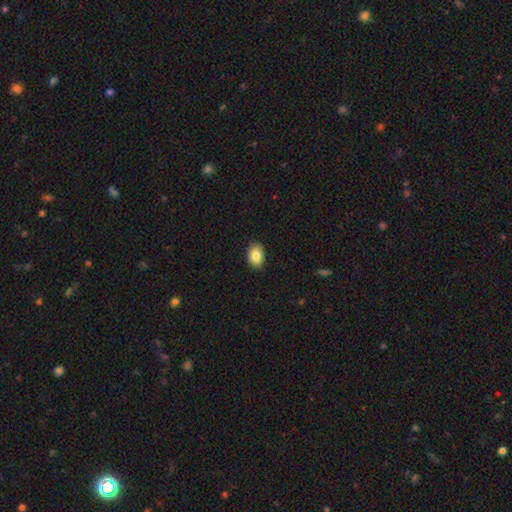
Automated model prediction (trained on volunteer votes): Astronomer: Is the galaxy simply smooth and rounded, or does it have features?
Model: smooth — 85%.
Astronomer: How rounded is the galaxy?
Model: in between — 87%.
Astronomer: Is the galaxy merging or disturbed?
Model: none — 90%.